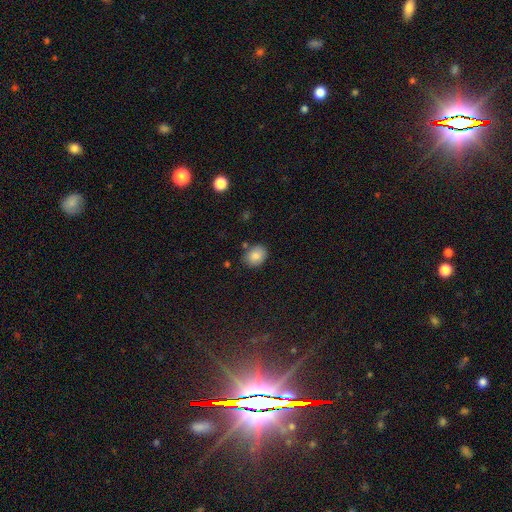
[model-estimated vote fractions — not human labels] smooth_or_featured: smooth (p=0.83) [alt: star or artifact p=0.09]
how_rounded: in between (p=0.53) [alt: round p=0.46]
merging: none (p=0.78) [alt: minor disturbance p=0.14]